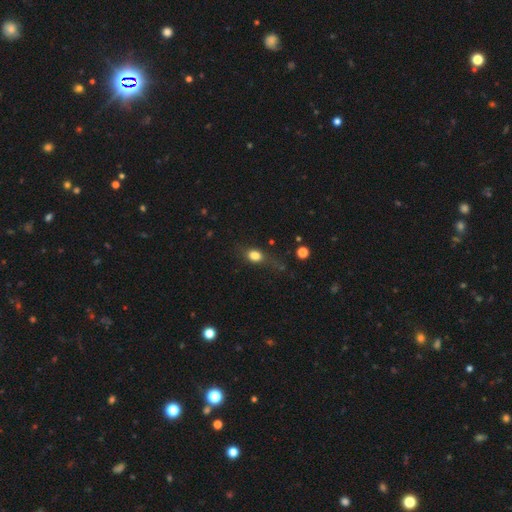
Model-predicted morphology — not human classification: Overall: smooth (79%). How rounded: in between (66%; round 28%). Merging: none (58%; minor disturbance 24%).